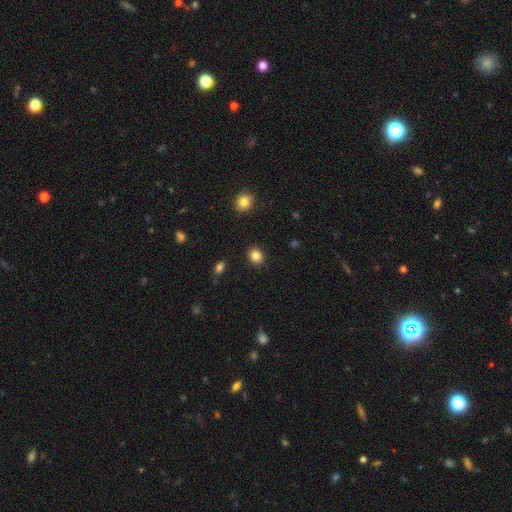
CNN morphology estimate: Smooth or featured: smooth — 85% (star or artifact — 10%)
How rounded: round — 67% (in between — 32%)
Merging: none — 90% (minor disturbance — 6%)